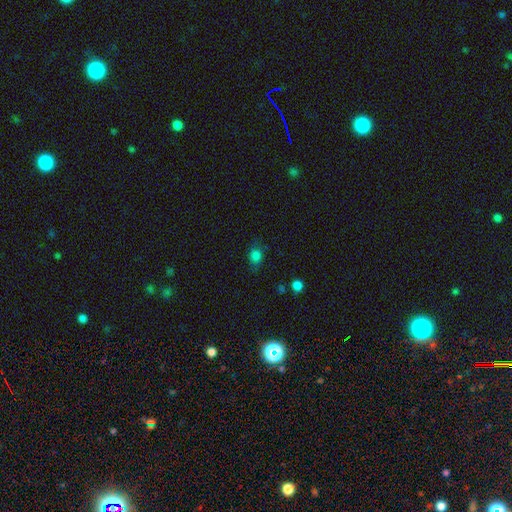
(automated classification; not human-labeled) Smooth or featured: smooth — 77% (star or artifact — 14%)
How rounded: in between — 53% (round — 45%)
Merging: none — 67% (minor disturbance — 23%)